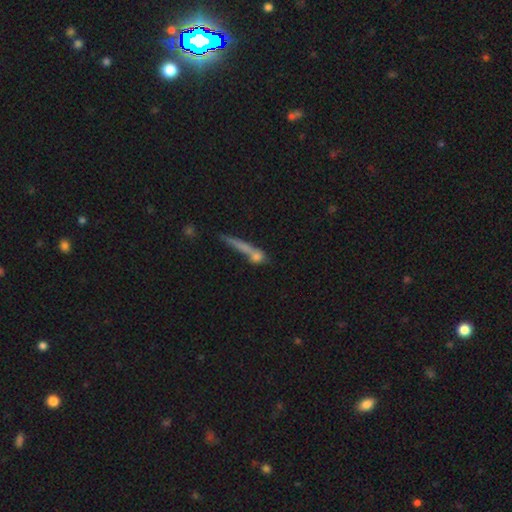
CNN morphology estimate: smooth 64%, featured or disk 25%, star or artifact 12%. Down the decision tree: how rounded — cigar-shaped (51%); merging — none (39%).